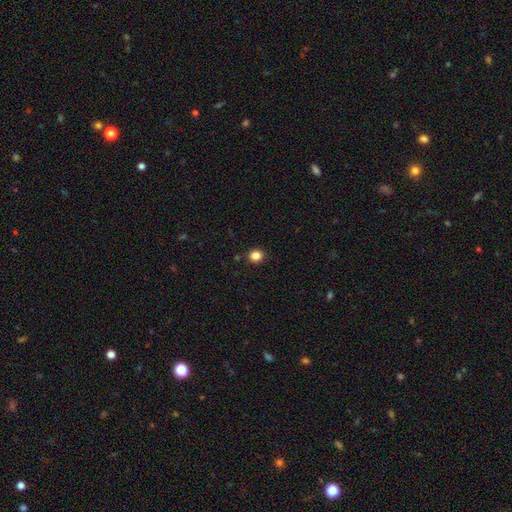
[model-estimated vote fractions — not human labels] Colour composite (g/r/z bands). It shows a smooth galaxy with no disk features (84%) that is round (81%). Merging: none (90%).